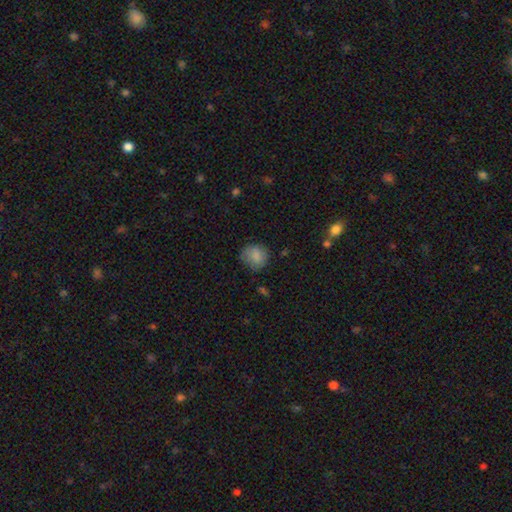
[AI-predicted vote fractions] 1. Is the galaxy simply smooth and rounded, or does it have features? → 83% smooth, 9% featured or disk, 9% star or artifact.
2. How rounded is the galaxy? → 78% round, 21% in between, 1% cigar-shaped.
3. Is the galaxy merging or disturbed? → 69% none, 23% minor disturbance, 7% major disturbance, 2% merger.